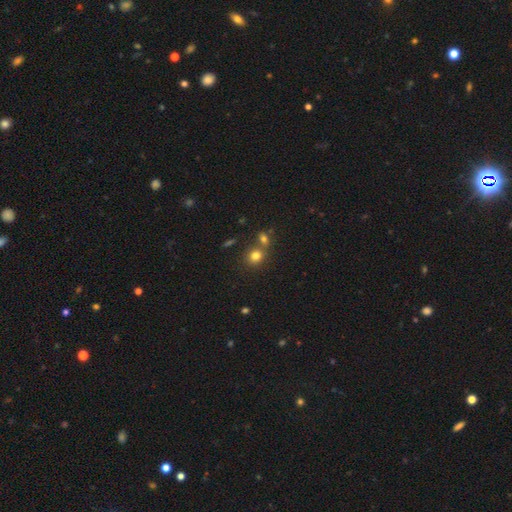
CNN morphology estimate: Q: Smooth or featured?
A: smooth (77%); runner-up: star or artifact (14%)
Q: How rounded?
A: round (76%); runner-up: in between (23%)
Q: Merging?
A: none (57%); runner-up: merger (31%)